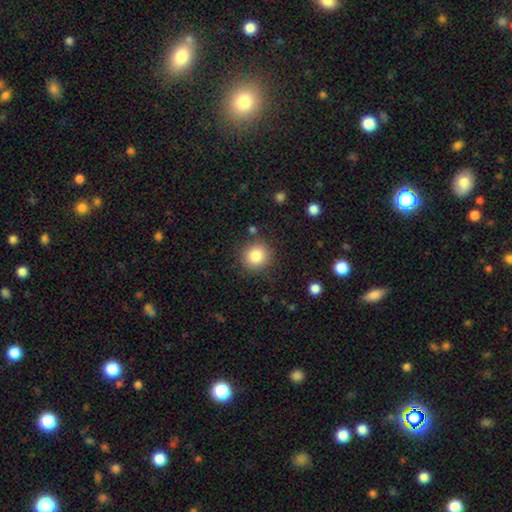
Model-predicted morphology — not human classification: Q: Smooth or featured?
A: smooth (84%); runner-up: star or artifact (10%)
Q: How rounded?
A: round (92%); runner-up: in between (7%)
Q: Merging?
A: none (85%); runner-up: minor disturbance (9%)